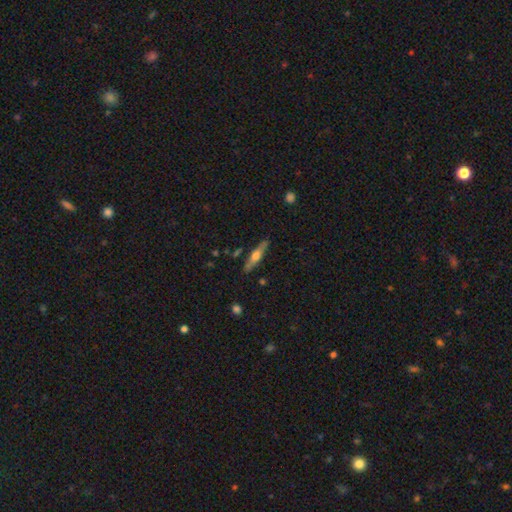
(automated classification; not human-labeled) smooth_or_featured: featured or disk (p=0.55) [alt: smooth p=0.39]
disk_edge_on: yes (p=0.93) [alt: no p=0.07]
edge_on_bulge: rounded (p=0.88) [alt: boxy p=0.07]
merging: none (p=0.86) [alt: minor disturbance p=0.10]